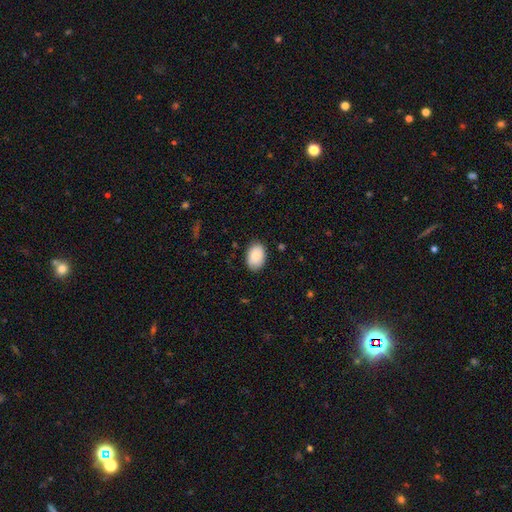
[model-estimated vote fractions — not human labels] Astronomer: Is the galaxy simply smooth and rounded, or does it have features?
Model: smooth — 87%.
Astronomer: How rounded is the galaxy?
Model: in between — 85%.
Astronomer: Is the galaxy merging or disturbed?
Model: none — 85%.